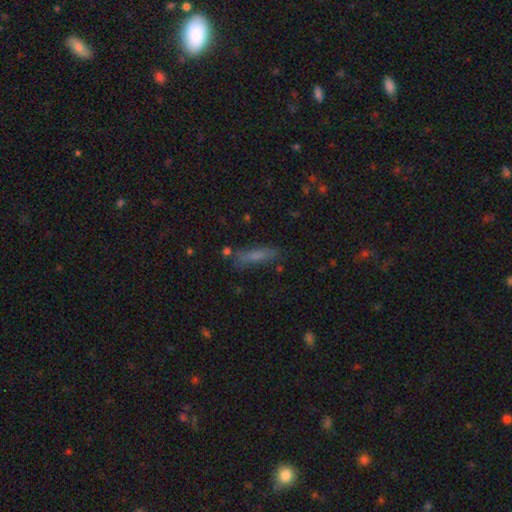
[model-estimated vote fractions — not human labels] smooth-or-featured: smooth: 67% | featured or disk: 21% | star or artifact: 11%
  how-rounded: cigar-shaped: 79% | in between: 18% | round: 2%
  merging: none: 76% | minor disturbance: 15% | merger: 5% | major disturbance: 4%